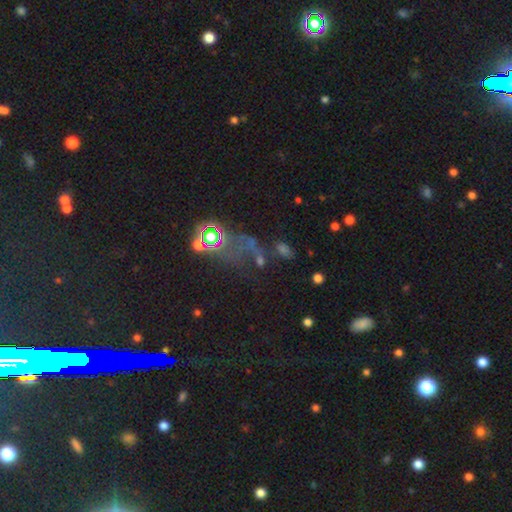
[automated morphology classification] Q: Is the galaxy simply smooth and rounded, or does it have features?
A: star or artifact — 63%.